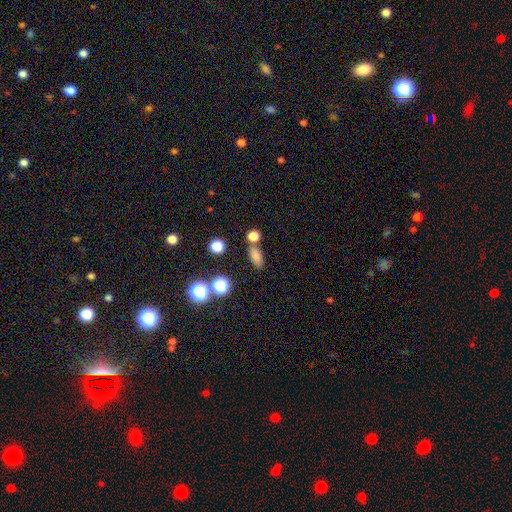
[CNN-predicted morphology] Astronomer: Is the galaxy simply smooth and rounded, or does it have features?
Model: smooth — 77%.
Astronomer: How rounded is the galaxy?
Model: in between — 80%.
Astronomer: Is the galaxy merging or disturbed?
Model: none — 70%.